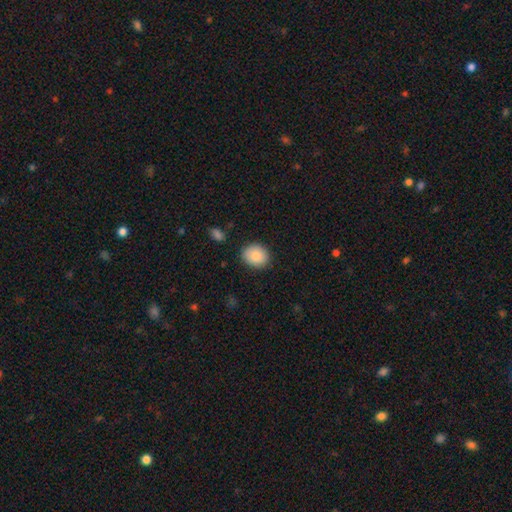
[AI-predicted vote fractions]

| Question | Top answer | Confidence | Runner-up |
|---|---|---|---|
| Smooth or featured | smooth | 87% | star or artifact (7%) |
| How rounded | round | 58% | in between (41%) |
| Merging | none | 86% | minor disturbance (11%) |